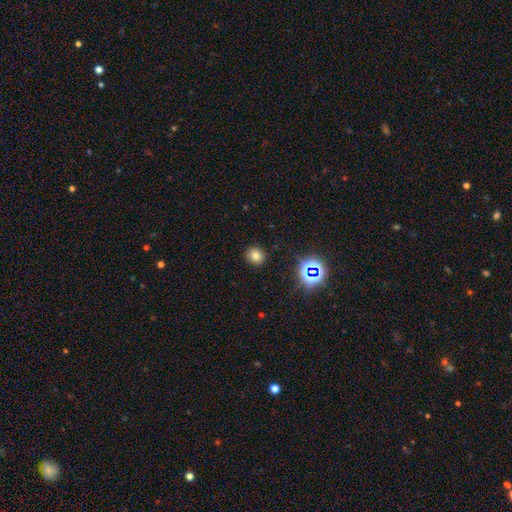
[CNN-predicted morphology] This is likely a smooth galaxy (73%). How rounded: clearly round (83%). Merging: clearly none (89%).